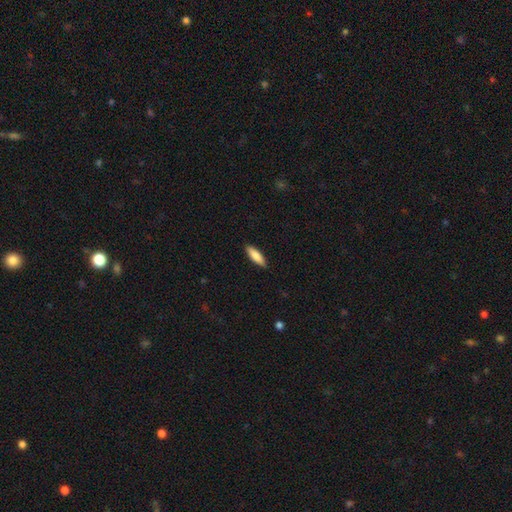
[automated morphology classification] This appears to be a smooth galaxy with no disk features (84%) that is cigar-shaped (51%). Merging: none (89%).